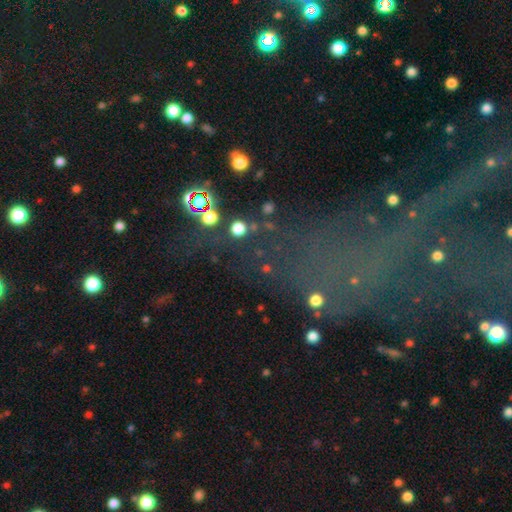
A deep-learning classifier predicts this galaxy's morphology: A star or artifact, not a galaxy (63%).

Vote fractions:
- Smooth or featured? star or artifact: 63% / smooth: 19% / featured or disk: 18%